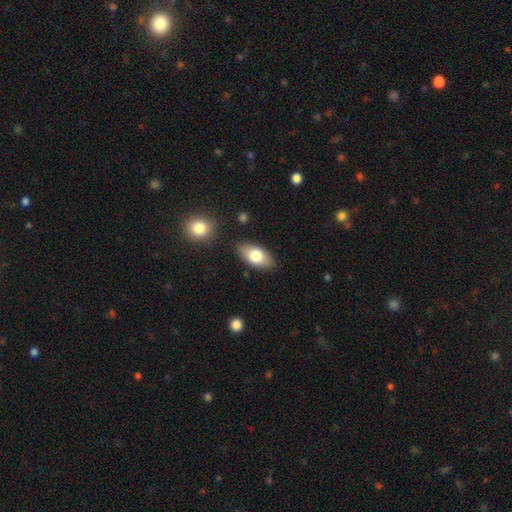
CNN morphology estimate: Smooth or featured? smooth (75%)
How rounded? in between (92%)
Merging? none (86%)